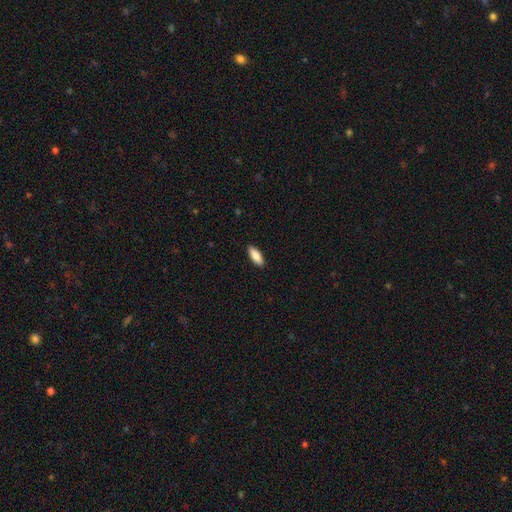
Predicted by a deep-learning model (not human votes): Smooth or featured?
  - smooth: 87% *
  - featured or disk: 7%
  - star or artifact: 6%
How rounded?
  - in between: 72% *
  - cigar-shaped: 26%
  - round: 2%
Merging?
  - none: 90% *
  - minor disturbance: 7%
  - major disturbance: 2%
  - merger: 1%